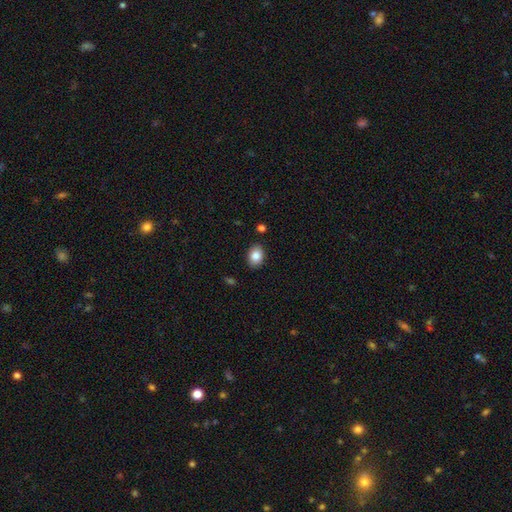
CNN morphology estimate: type=smooth (84%); roundness=in between (76%); merging=none (88%).